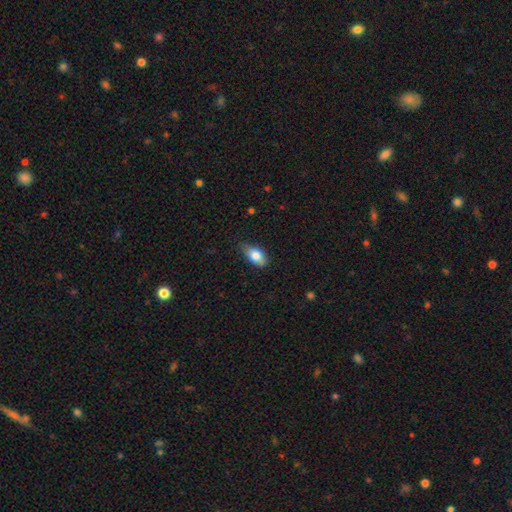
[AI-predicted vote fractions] smooth_or_featured: smooth (p=0.78) [alt: featured or disk p=0.14]
how_rounded: in between (p=0.88) [alt: round p=0.07]
merging: none (p=0.64) [alt: minor disturbance p=0.30]